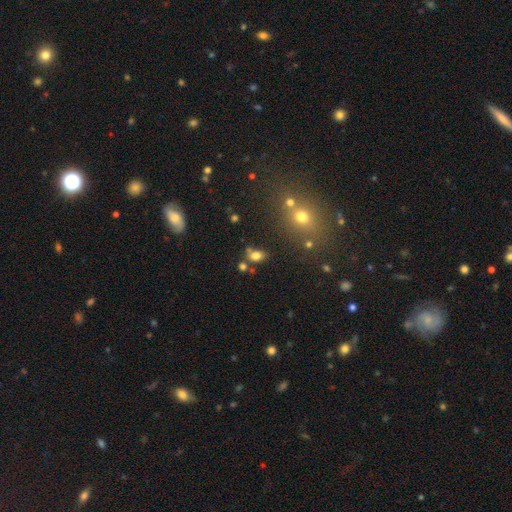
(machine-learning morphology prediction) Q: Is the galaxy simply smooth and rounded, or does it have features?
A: smooth — 76%.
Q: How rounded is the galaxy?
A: in between — 78%.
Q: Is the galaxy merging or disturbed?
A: none — 62%.